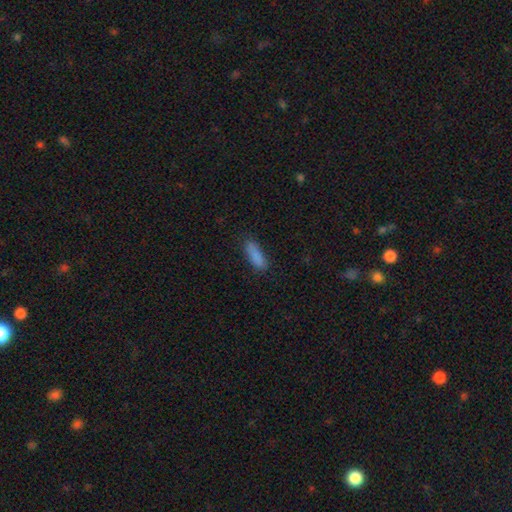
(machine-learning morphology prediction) smooth_or_featured: smooth (p=0.86) [alt: star or artifact p=0.08]
how_rounded: in between (p=0.51) [alt: cigar-shaped p=0.47]
merging: none (p=0.79) [alt: minor disturbance p=0.16]